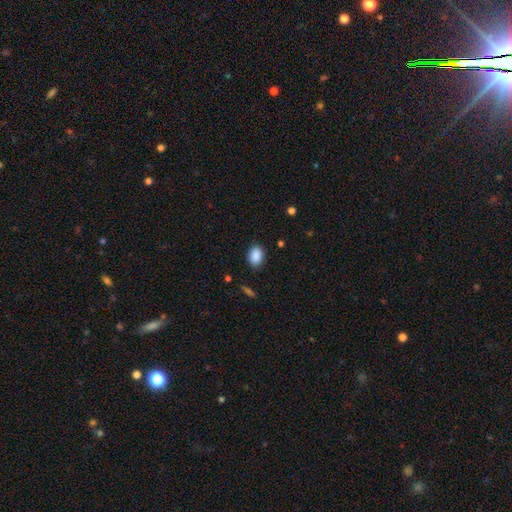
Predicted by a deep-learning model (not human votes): Morphology: type=smooth (89%); roundness=in between (76%); merging=none (86%).